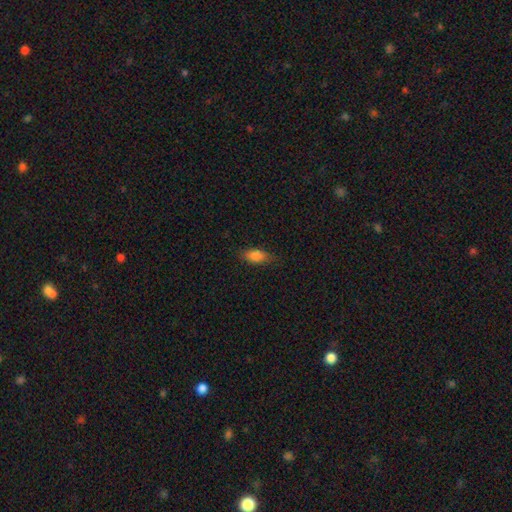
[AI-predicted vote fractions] smooth_or_featured: smooth (p=0.83) [alt: featured or disk p=0.09]
how_rounded: in between (p=0.84) [alt: cigar-shaped p=0.12]
merging: none (p=0.77) [alt: minor disturbance p=0.18]